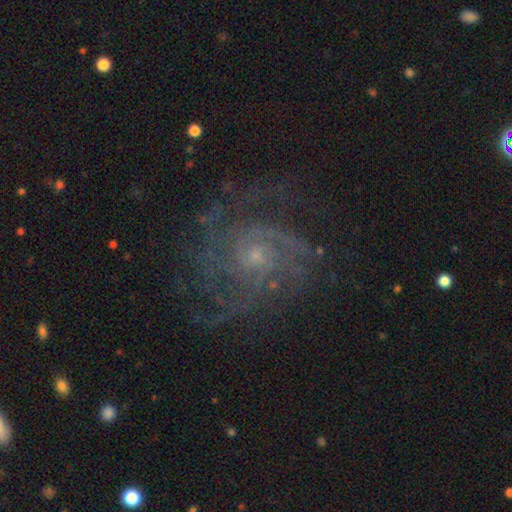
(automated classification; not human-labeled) Smooth or featured: featured or disk — 83% (star or artifact — 11%)
Edge-on disk: no — 98% (yes — 2%)
Bar: no — 76% (weak — 21%)
Spiral arms: yes — 96% (no — 4%)
Spiral winding: tight — 53% (medium — 38%)
Spiral arm count: can't tell — 28% (3 — 21%)
Bulge size: small — 72% (moderate — 21%)
Merging: none — 74% (minor disturbance — 15%)